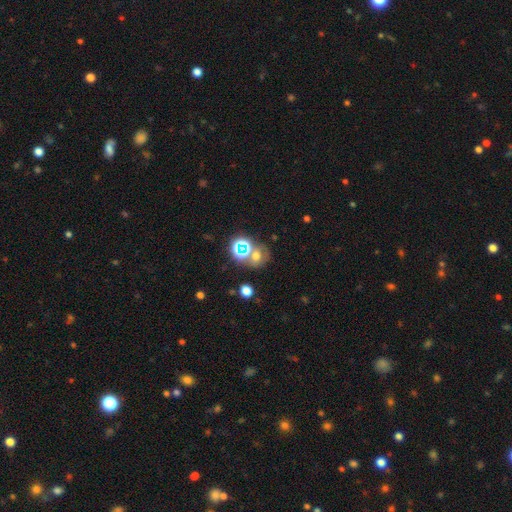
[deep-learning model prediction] A smooth galaxy with no disk features (47%). Merging: none (52%).